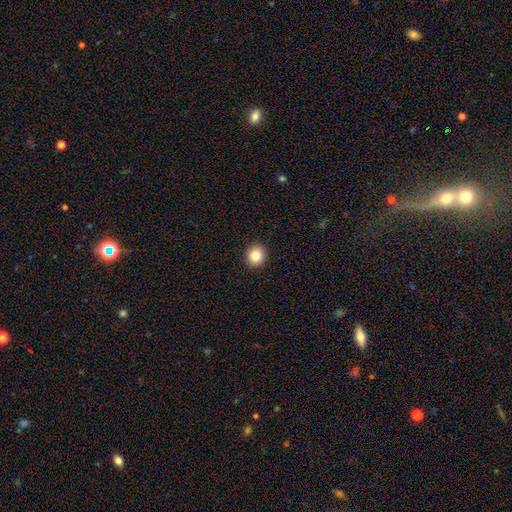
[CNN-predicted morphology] This appears to be a smooth galaxy with no disk features (84%) that is round (87%). Merging: none (93%).